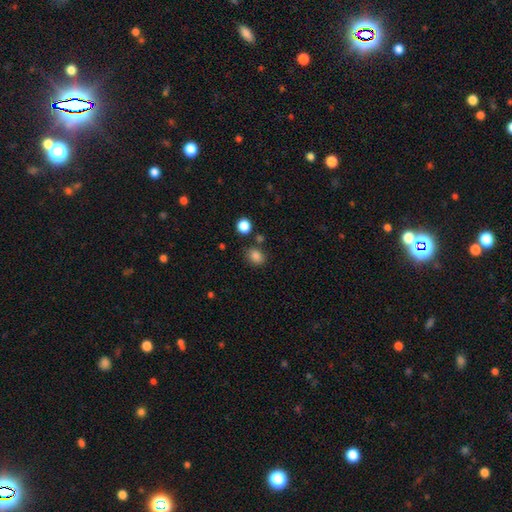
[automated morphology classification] Smooth or featured?
  - smooth: 84% *
  - star or artifact: 12%
  - featured or disk: 4%
How rounded?
  - in between: 57% *
  - round: 42%
  - cigar-shaped: 1%
Merging?
  - none: 75% *
  - minor disturbance: 13%
  - merger: 8%
  - major disturbance: 4%